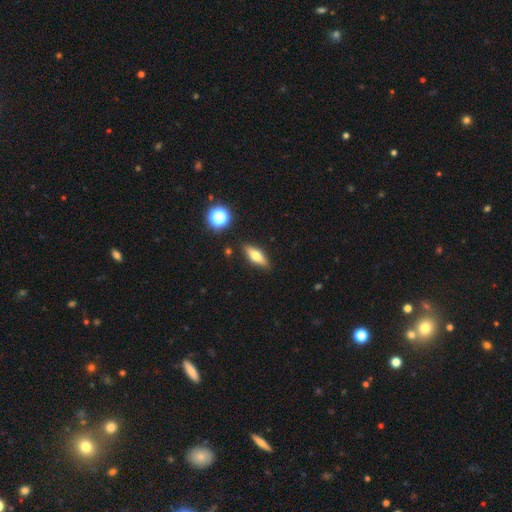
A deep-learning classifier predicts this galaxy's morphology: Overall: smooth (56%; featured or disk 35%). How rounded: in between (55%; cigar-shaped 41%). Merging: none (87%).